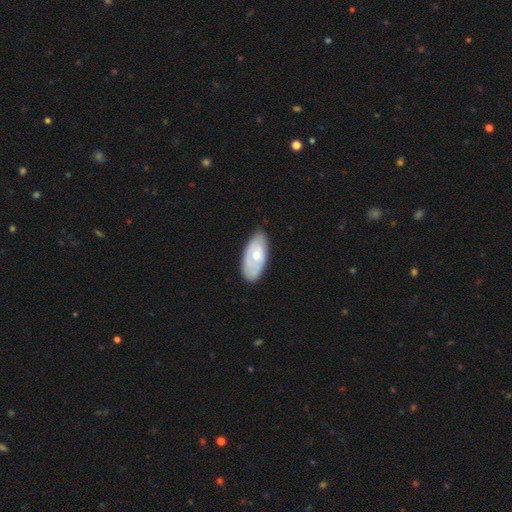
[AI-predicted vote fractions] Overall: smooth (52%; featured or disk 44%). How rounded: in between (91%). Merging: none (74%).